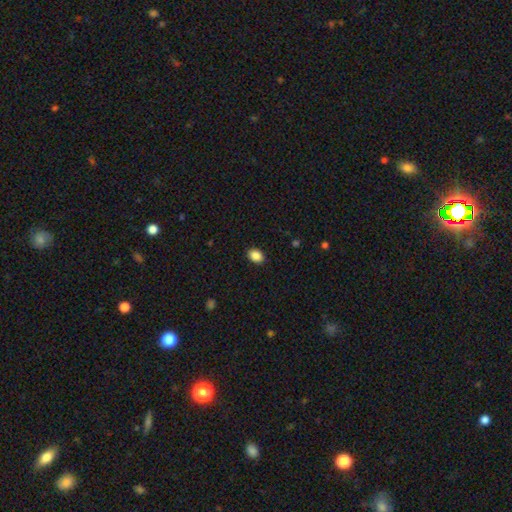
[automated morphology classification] This appears to be a smooth galaxy with no disk features (88%) that is in between round and cigar-shaped (74%). Merging: none (89%).